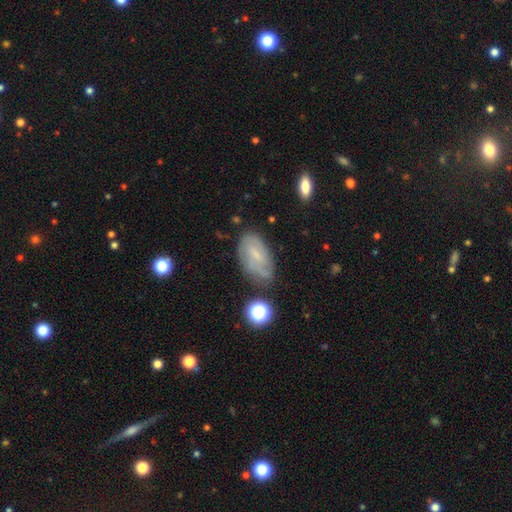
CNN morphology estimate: smooth-or-featured: featured or disk: 51% | smooth: 39% | star or artifact: 10%
  disk-edge-on: no: 93% | yes: 7%
  merging: none: 60% | minor disturbance: 26% | major disturbance: 10% | merger: 4%